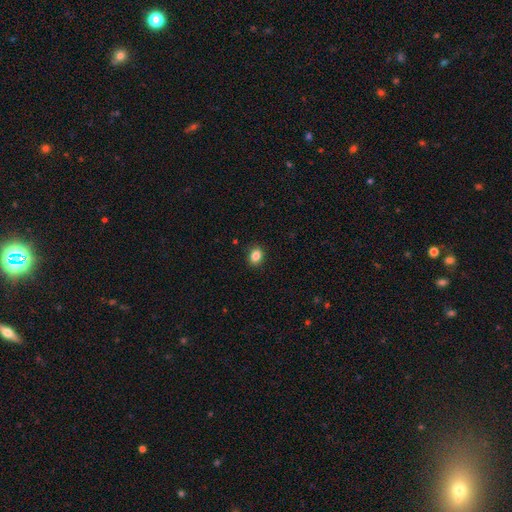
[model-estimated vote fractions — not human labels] Overall: smooth (86%). How rounded: in between (59%; round 40%). Merging: none (89%).